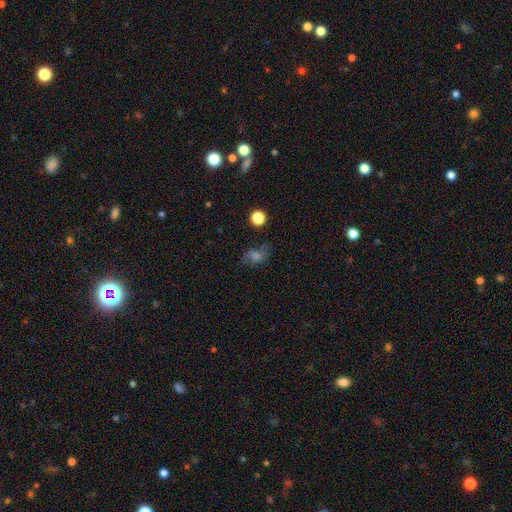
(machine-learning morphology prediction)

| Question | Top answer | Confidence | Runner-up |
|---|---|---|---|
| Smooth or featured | smooth | 49% | featured or disk (30%) |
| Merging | none | 63% | minor disturbance (22%) |